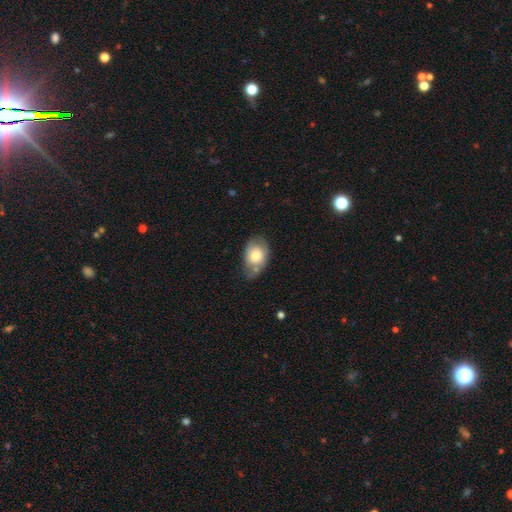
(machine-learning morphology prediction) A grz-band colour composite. It shows a smooth galaxy with no disk features (69%) that is in between round and cigar-shaped (78%). Merging: none (42%).